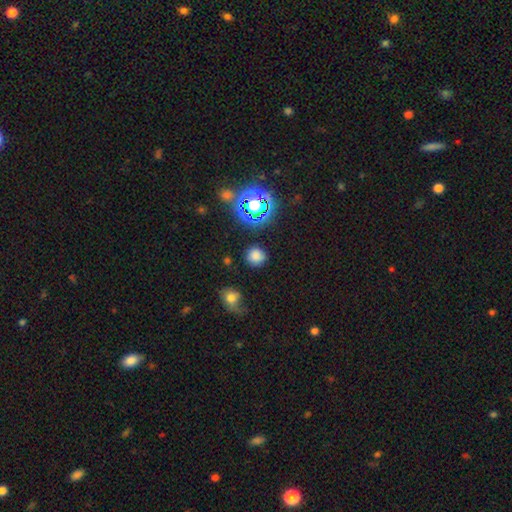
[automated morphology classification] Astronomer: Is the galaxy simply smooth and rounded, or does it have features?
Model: smooth — 73%.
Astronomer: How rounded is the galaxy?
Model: round — 83%.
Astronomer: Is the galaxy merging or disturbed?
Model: none — 82%.